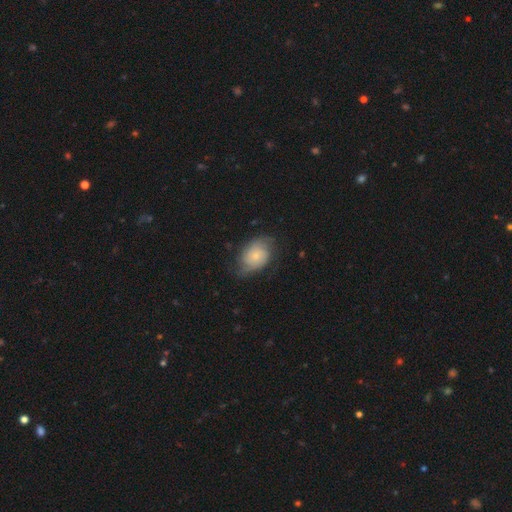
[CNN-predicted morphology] This is possibly a featured or disk galaxy (55%). It is clearly not viewed edge-on (97%). Bar: clearly no (80%). Spiral arm pattern: clearly yes (86%). Central bulge: likely small (62%). Merging: likely none (62%).